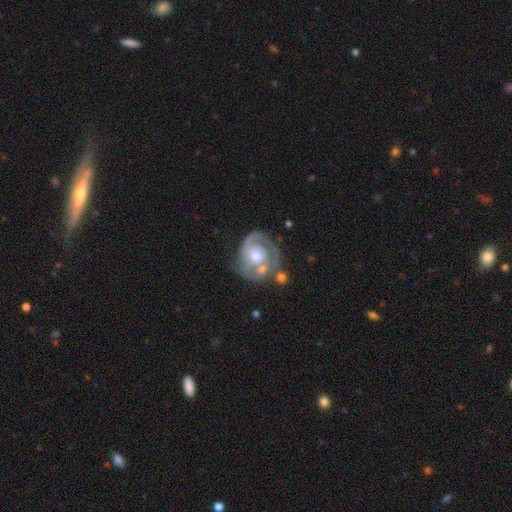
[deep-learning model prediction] A featured or disk galaxy (81%) with no bar (78%), 1 (41%) tight (61%) spiral arms (88%) and a moderate central bulge (57%).

Vote fractions:
- Smooth or featured? featured or disk: 81% / smooth: 14% / star or artifact: 5%
- Edge-on disk? no: 98% / yes: 2%
- Bar? no: 78% / weak: 19% / strong: 4%
- Spiral arms? yes: 88% / no: 12%
- Spiral winding? tight: 61% / medium: 28% / loose: 10%
- Spiral arm count? 1: 41% / 2: 37% / can't tell: 14% / 3: 5% / 4: 2% / more than 4: 2%
- Bulge size? moderate: 57% / small: 21% / large: 16% / none: 4% / dominant: 2%
- Merging? none: 53% / minor disturbance: 20% / major disturbance: 14% / merger: 13%